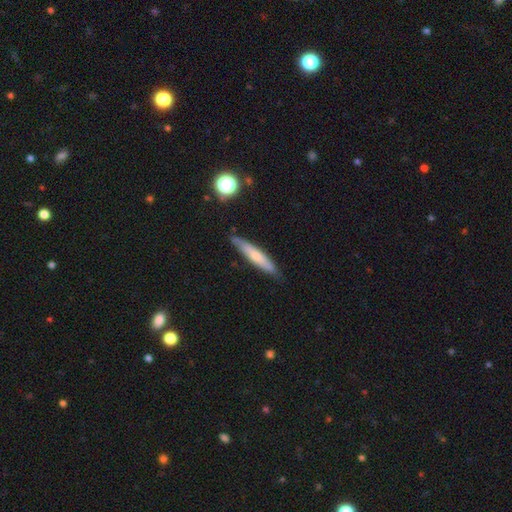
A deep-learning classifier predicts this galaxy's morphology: smooth-or-featured: smooth: 58% | featured or disk: 35% | star or artifact: 7%
  how-rounded: cigar-shaped: 90% | in between: 8% | round: 1%
  merging: none: 83% | minor disturbance: 13% | major disturbance: 2% | merger: 2%